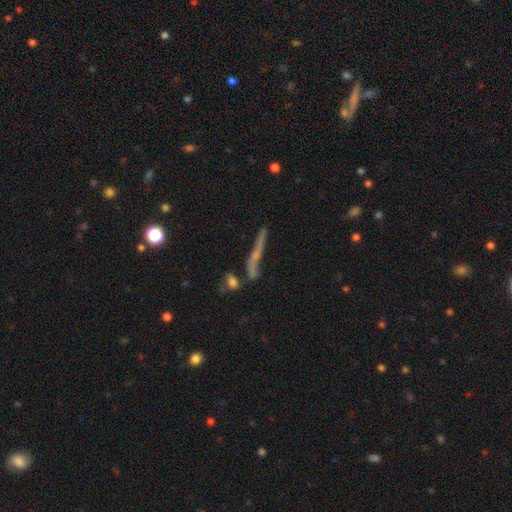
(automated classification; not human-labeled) Smooth or featured: featured or disk — 53% (smooth — 31%)
Edge-on disk: yes — 77% (no — 23%)
Merging: none — 54% (minor disturbance — 17%)